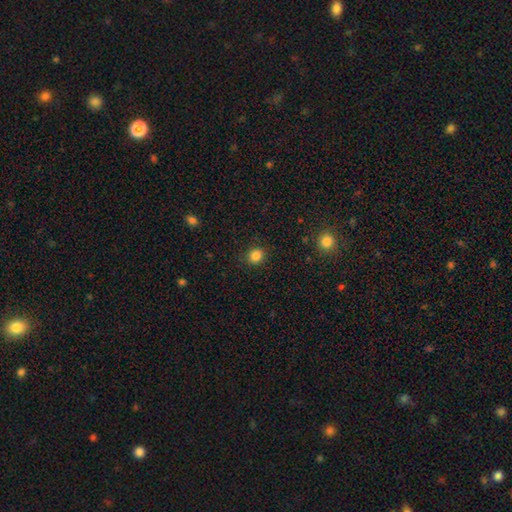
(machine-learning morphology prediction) Smooth or featured? smooth (84%)
How rounded? round (80%)
Merging? none (89%)